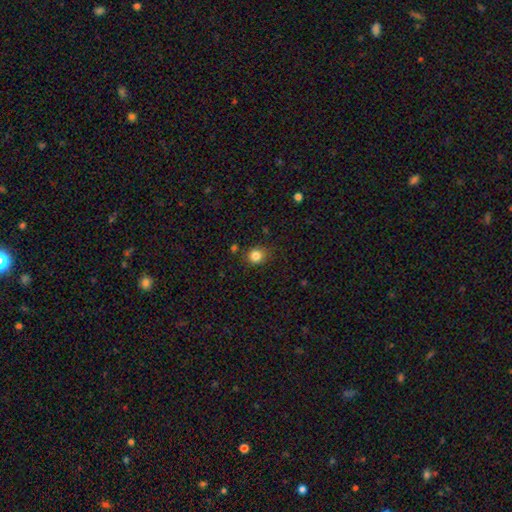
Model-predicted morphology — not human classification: smooth 83%, star or artifact 12%, featured or disk 5%. Down the decision tree: how rounded — round (83%); merging — none (83%).